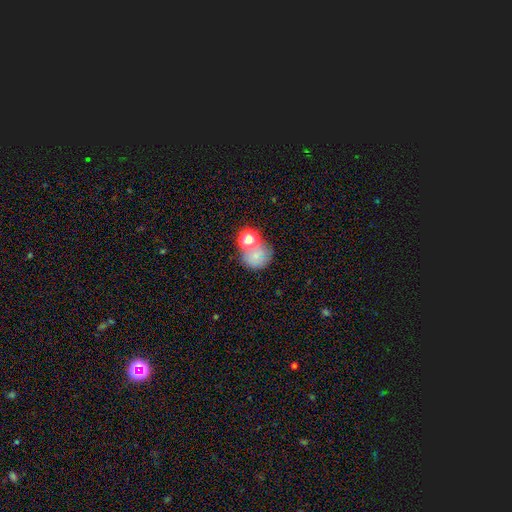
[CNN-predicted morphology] smooth-or-featured: smooth: 67% | star or artifact: 18% | featured or disk: 15%
  how-rounded: round: 74% | in between: 25% | cigar-shaped: 1%
  merging: none: 46% | merger: 32% | minor disturbance: 13% | major disturbance: 9%